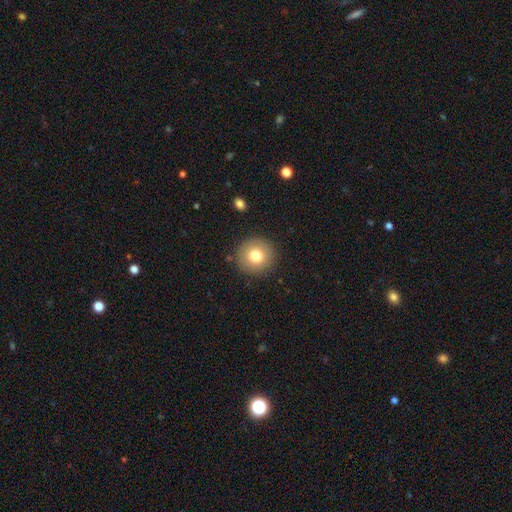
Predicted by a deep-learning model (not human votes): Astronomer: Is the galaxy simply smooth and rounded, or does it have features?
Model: smooth — 77%.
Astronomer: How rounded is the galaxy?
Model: round — 94%.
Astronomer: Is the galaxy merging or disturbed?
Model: none — 89%.